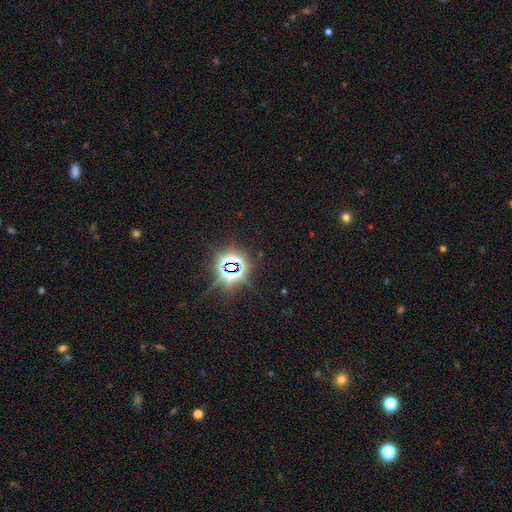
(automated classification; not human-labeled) Smooth or featured? Predicted: star or artifact (p=0.81).